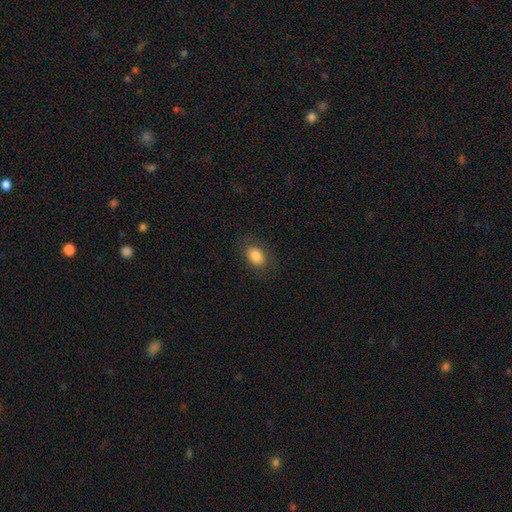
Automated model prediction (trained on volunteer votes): Smooth or featured? smooth (84%)
How rounded? in between (79%)
Merging? none (81%)